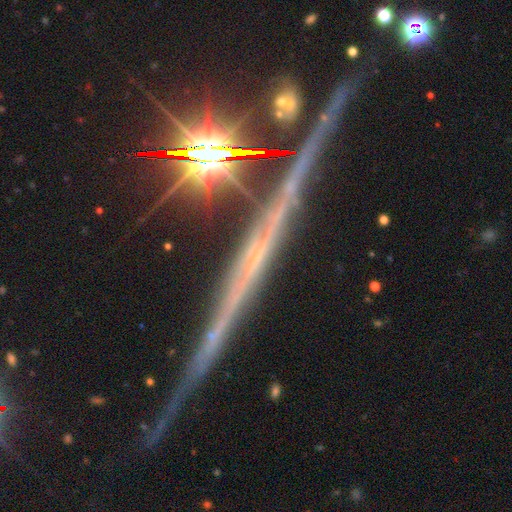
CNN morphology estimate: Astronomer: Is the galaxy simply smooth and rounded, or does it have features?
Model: featured or disk — 69%.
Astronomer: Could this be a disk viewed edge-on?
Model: yes — 96%.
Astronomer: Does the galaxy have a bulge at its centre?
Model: none — 72%.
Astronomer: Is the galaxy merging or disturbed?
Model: none — 85%.